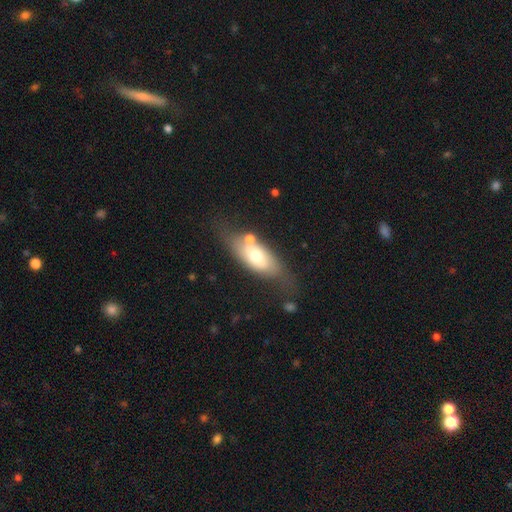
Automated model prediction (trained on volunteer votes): smooth 55%, featured or disk 38%, star or artifact 7%. Down the decision tree: how rounded — in between (83%); merging — none (51%).